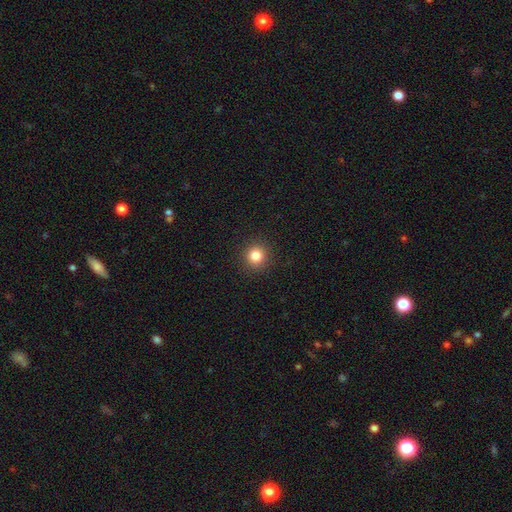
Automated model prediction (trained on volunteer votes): Q: Smooth or featured?
A: smooth (83%); runner-up: star or artifact (12%)
Q: How rounded?
A: round (93%); runner-up: in between (6%)
Q: Merging?
A: none (92%); runner-up: minor disturbance (5%)